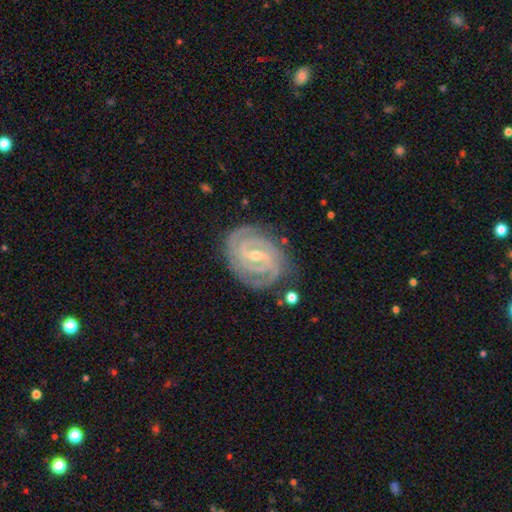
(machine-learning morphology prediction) Smooth or featured: featured or disk — 92% (star or artifact — 5%)
Edge-on disk: no — 97% (yes — 3%)
Bar: weak — 46% (strong — 36%)
Spiral arms: yes — 99% (no — 1%)
Spiral winding: tight — 79% (medium — 18%)
Spiral arm count: 2 — 49% (3 — 24%)
Bulge size: small — 63% (moderate — 34%)
Merging: none — 81% (minor disturbance — 14%)